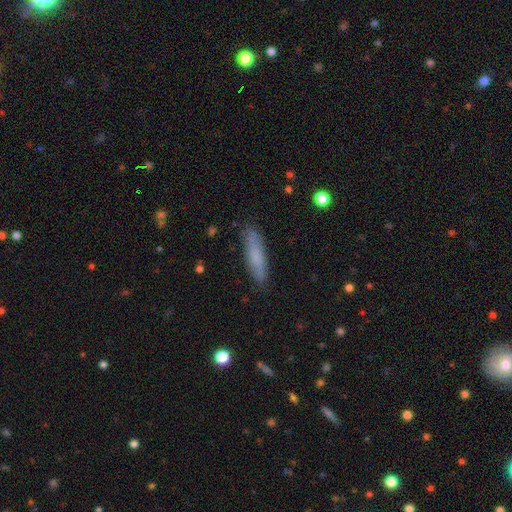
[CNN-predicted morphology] Smooth or featured? smooth (76%)
How rounded? cigar-shaped (81%)
Merging? none (86%)